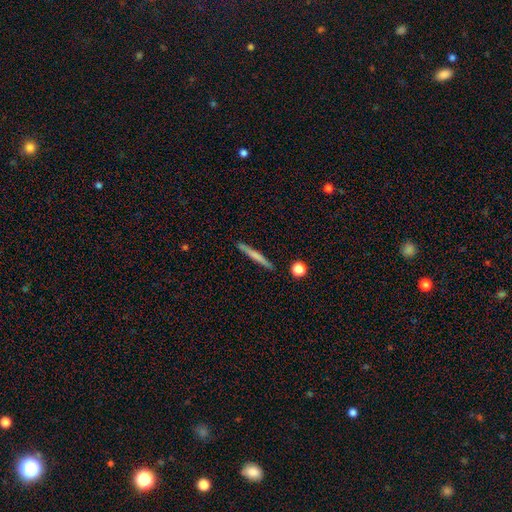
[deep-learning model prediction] Smooth or featured? smooth (60%)
How rounded? cigar-shaped (95%)
Merging? none (87%)